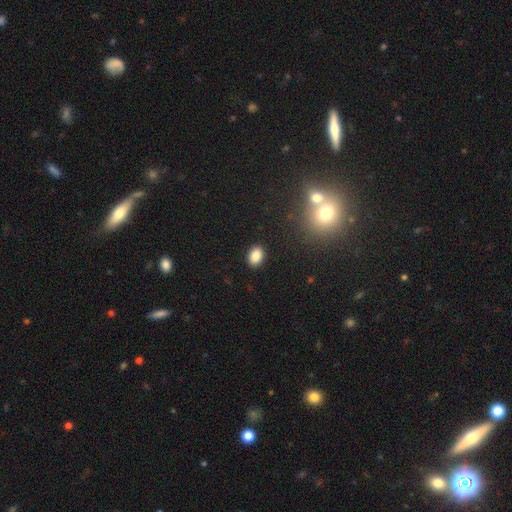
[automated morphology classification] Smooth or featured?
  - smooth: 85% *
  - star or artifact: 10%
  - featured or disk: 5%
How rounded?
  - in between: 80% *
  - round: 19%
  - cigar-shaped: 1%
Merging?
  - none: 90% *
  - minor disturbance: 7%
  - major disturbance: 2%
  - merger: 1%